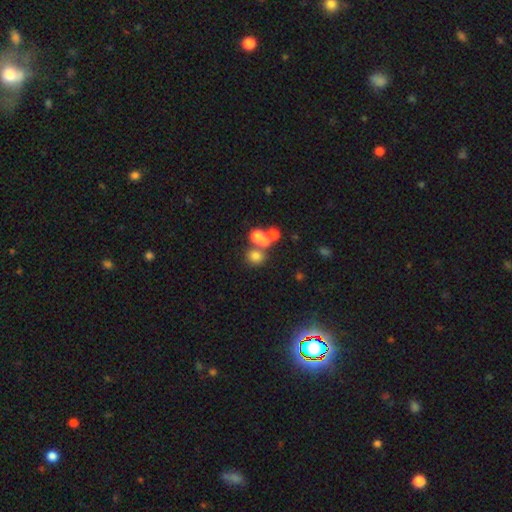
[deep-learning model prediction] Q: Smooth or featured?
A: smooth (66%); runner-up: star or artifact (17%)
Q: How rounded?
A: round (79%); runner-up: in between (20%)
Q: Merging?
A: none (45%); runner-up: merger (42%)